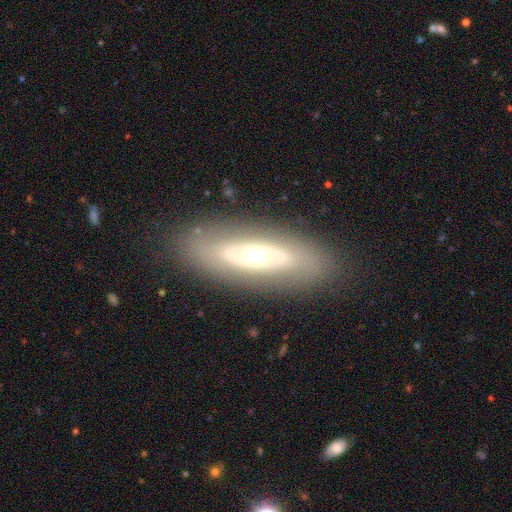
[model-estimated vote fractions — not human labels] The model was most divided on "bulge size": moderate: 56%, small: 34%, large: 7%, dominant: 2%, none: 1%. More confident: merging — none (83%); edge-on disk — no (81%); bar — no (81%); spiral arms — no (74%); smooth or featured — featured or disk (66%).